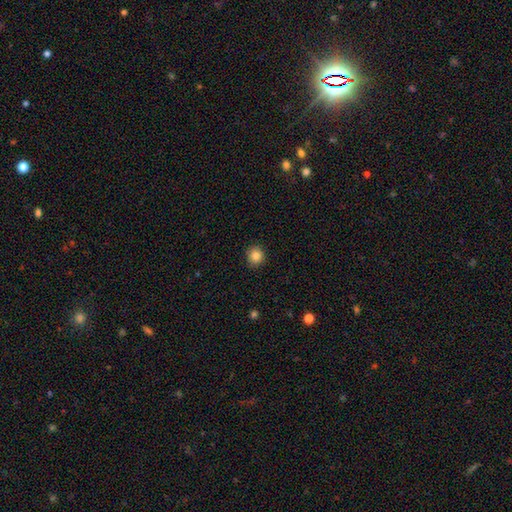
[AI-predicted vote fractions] Smooth or featured: smooth — 85% (star or artifact — 10%)
How rounded: round — 89% (in between — 10%)
Merging: none — 91% (minor disturbance — 6%)